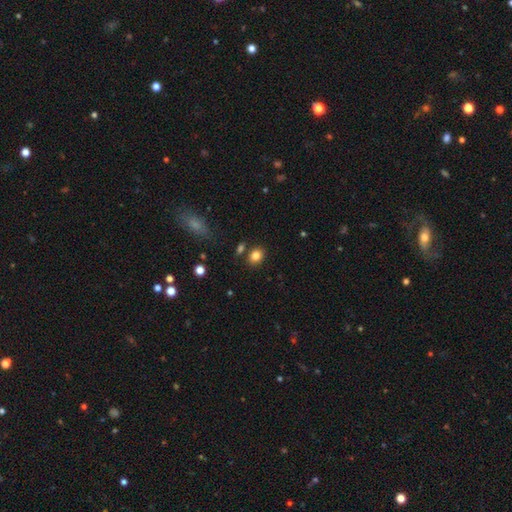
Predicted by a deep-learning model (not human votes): smooth 82%, star or artifact 11%, featured or disk 7%. Down the decision tree: how rounded — in between (53%); merging — none (79%).